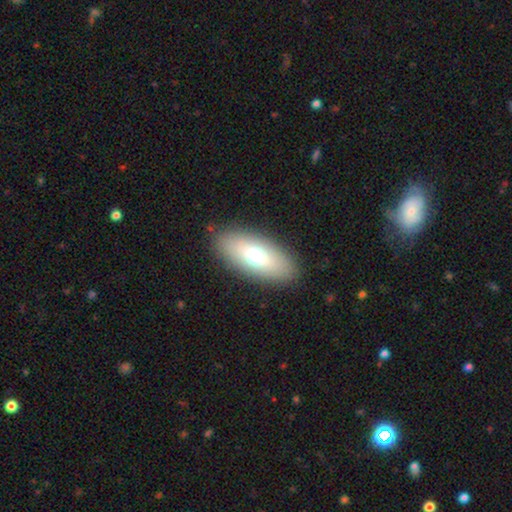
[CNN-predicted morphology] smooth 66%, featured or disk 25%, star or artifact 9%. Down the decision tree: how rounded — in between (85%); merging — none (88%).